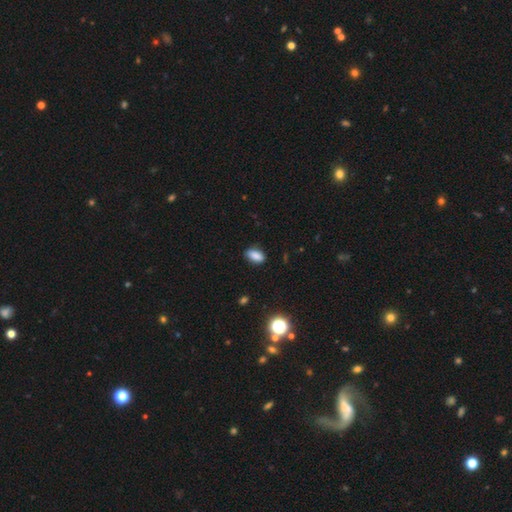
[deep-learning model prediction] Smooth or featured: smooth — 86% (star or artifact — 10%)
How rounded: in between — 88% (round — 6%)
Merging: none — 84% (minor disturbance — 13%)